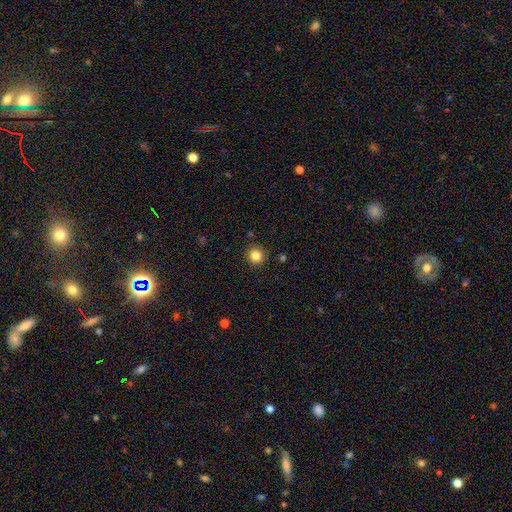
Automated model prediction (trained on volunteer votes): Smooth or featured?
  - smooth: 83% *
  - star or artifact: 12%
  - featured or disk: 5%
How rounded?
  - round: 92% *
  - in between: 7%
  - cigar-shaped: 1%
Merging?
  - none: 91% *
  - minor disturbance: 6%
  - major disturbance: 2%
  - merger: 1%